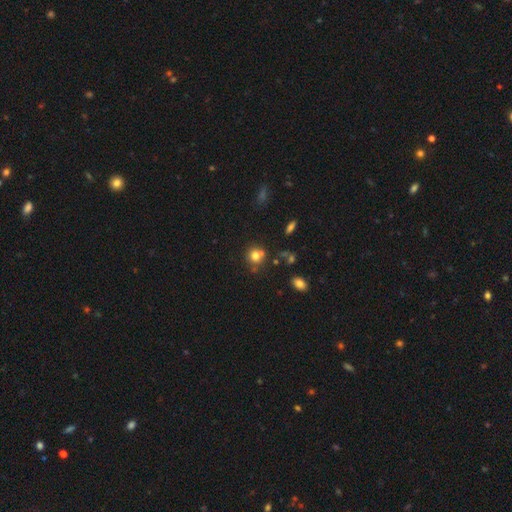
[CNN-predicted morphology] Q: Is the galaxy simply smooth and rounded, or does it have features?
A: smooth — 76%.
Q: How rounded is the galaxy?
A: round — 85%.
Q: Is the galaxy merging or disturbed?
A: none — 64%.